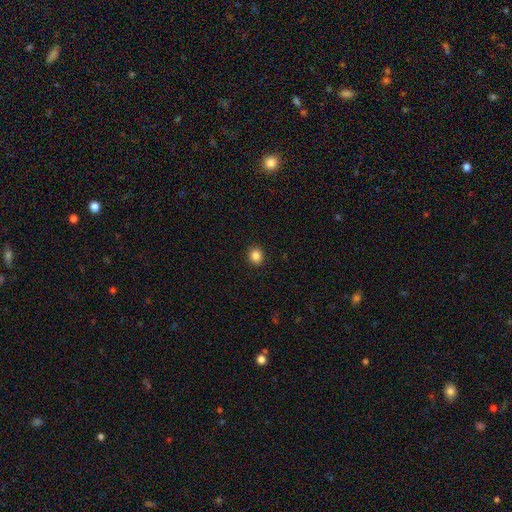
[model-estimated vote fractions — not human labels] smooth-or-featured: smooth: 86% | star or artifact: 11% | featured or disk: 4%
  how-rounded: round: 79% | in between: 20% | cigar-shaped: 1%
  merging: none: 92% | minor disturbance: 5% | major disturbance: 2% | merger: 1%